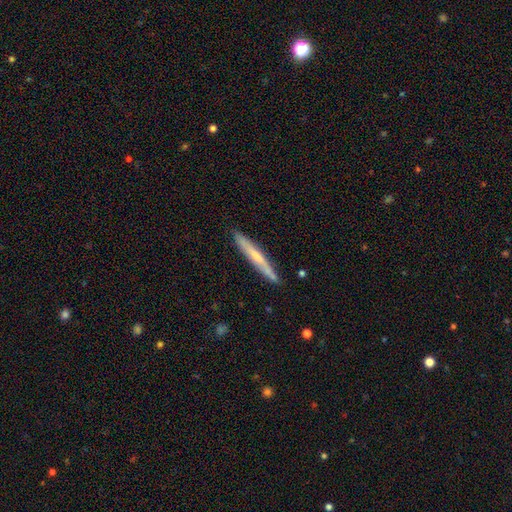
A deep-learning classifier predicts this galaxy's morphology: This is possibly a smooth galaxy (51%). How rounded: clearly cigar-shaped (95%). Merging: clearly none (82%).